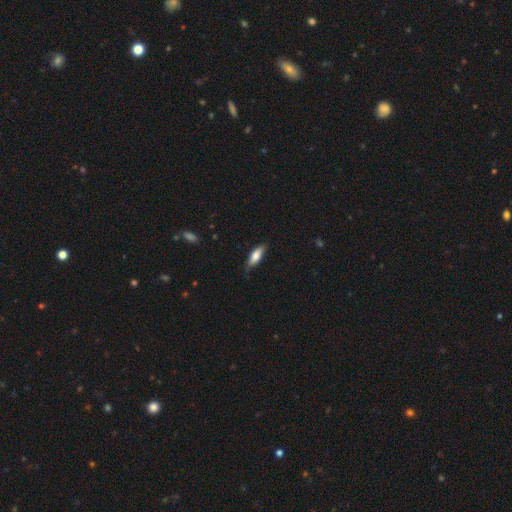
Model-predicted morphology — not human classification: Smooth or featured?
  - smooth: 75% *
  - featured or disk: 19%
  - star or artifact: 6%
How rounded?
  - in between: 63% *
  - cigar-shaped: 35%
  - round: 2%
Merging?
  - none: 77% *
  - minor disturbance: 19%
  - major disturbance: 3%
  - merger: 1%